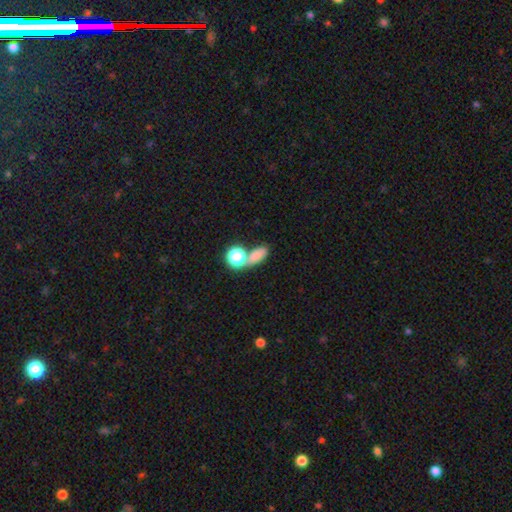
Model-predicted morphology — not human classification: The model was most divided on "merging": none: 55%, merger: 28%, minor disturbance: 12%, major disturbance: 6%. More confident: smooth or featured — smooth (73%); how rounded — in between (72%).